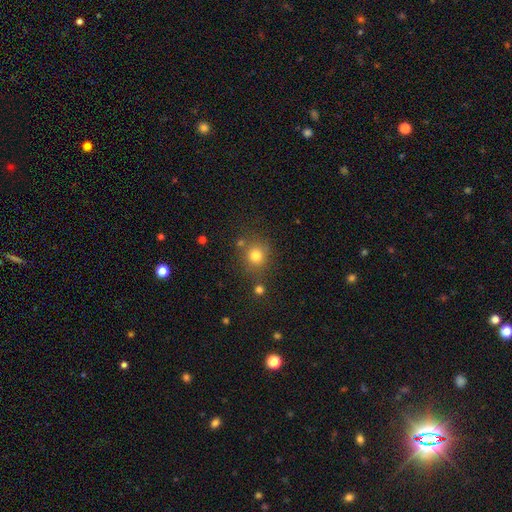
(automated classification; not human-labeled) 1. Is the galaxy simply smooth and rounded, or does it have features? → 79% smooth, 14% star or artifact, 8% featured or disk.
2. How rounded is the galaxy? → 87% round, 12% in between, 1% cigar-shaped.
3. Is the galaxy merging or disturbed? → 74% none, 12% minor disturbance, 10% merger, 5% major disturbance.